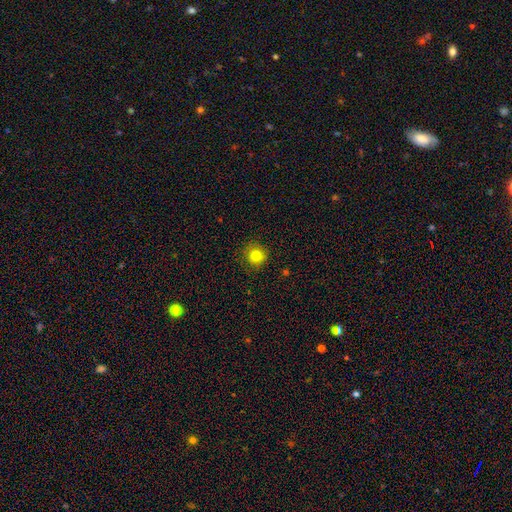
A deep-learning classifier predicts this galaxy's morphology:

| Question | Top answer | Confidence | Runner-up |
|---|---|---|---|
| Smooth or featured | smooth | 81% | star or artifact (12%) |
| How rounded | round | 93% | in between (6%) |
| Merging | none | 88% | minor disturbance (8%) |